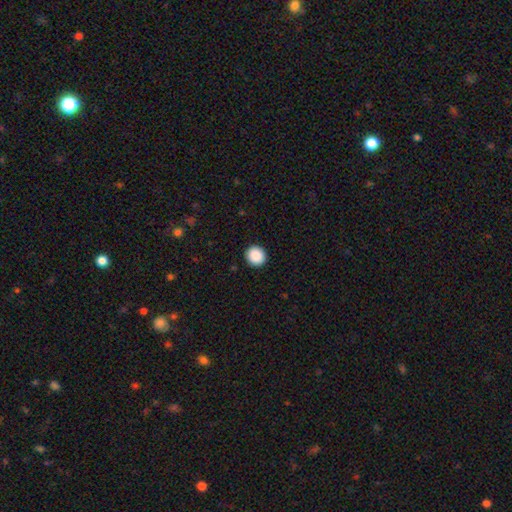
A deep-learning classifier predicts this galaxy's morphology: smooth-or-featured: smooth: 90% | star or artifact: 8% | featured or disk: 2%
  how-rounded: round: 91% | in between: 9% | cigar-shaped: 1%
  merging: none: 93% | minor disturbance: 5% | major disturbance: 2% | merger: 1%